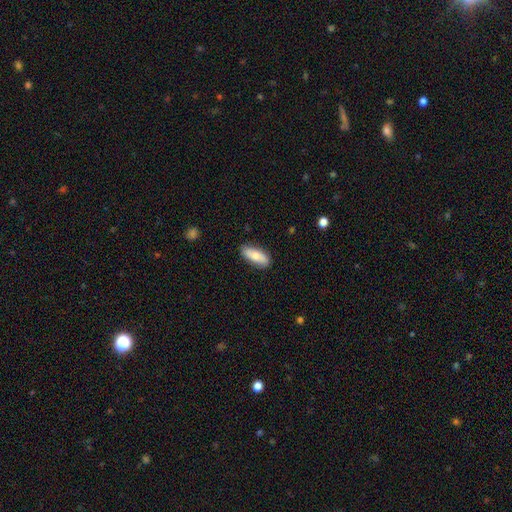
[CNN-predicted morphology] A smooth galaxy with no disk features (71%) that is in between round and cigar-shaped (77%).

Vote fractions:
- Smooth or featured? smooth: 71% / featured or disk: 23% / star or artifact: 6%
- How rounded? in between: 77% / cigar-shaped: 21% / round: 2%
- Merging? none: 85% / minor disturbance: 12% / major disturbance: 2% / merger: 1%